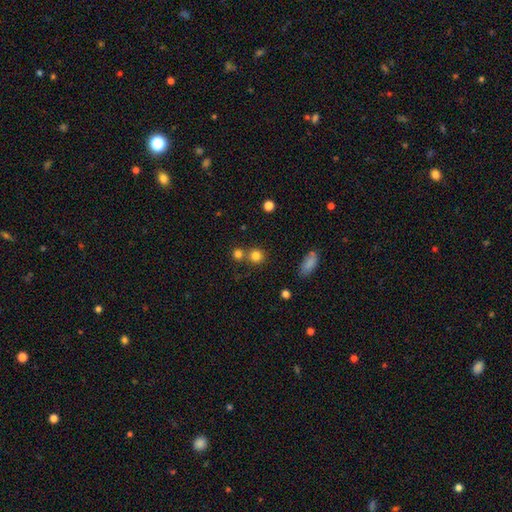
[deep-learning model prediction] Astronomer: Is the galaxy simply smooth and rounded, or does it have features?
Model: smooth — 79%.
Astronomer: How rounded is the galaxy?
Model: round — 90%.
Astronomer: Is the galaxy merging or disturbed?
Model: none — 64%.